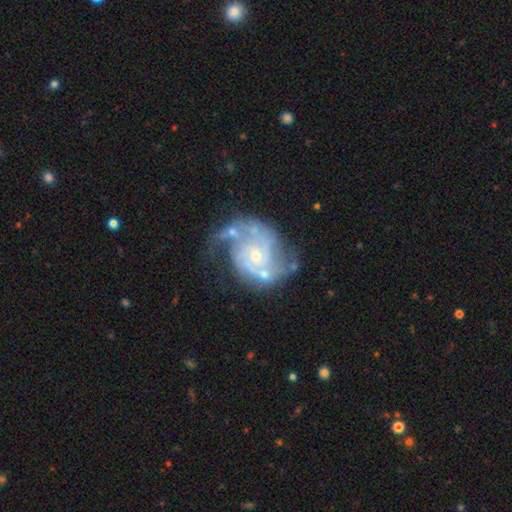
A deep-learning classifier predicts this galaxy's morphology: Smooth or featured? Predicted: featured or disk (p=0.88). Edge-on disk? Predicted: no (p=0.98). Bar? Predicted: no (p=0.68). Spiral arms? Predicted: yes (p=0.96). Spiral winding? Predicted: medium (p=0.47). Spiral arm count? Predicted: 2 (p=0.65). Bulge size? Predicted: small (p=0.65). Merging? Predicted: none (p=0.52).